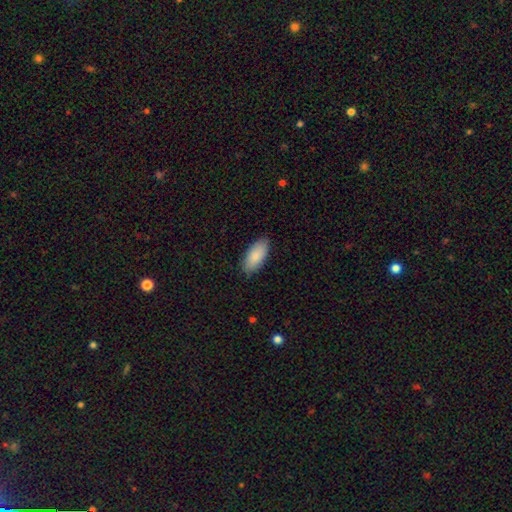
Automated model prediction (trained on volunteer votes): This appears to be a smooth galaxy with no disk features (88%) that is in between round and cigar-shaped (91%). Merging: none (86%).